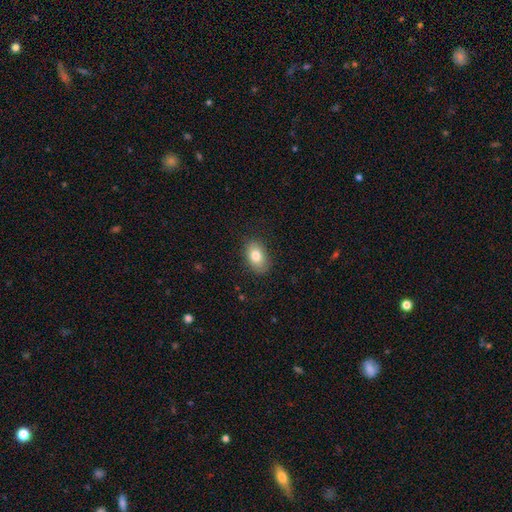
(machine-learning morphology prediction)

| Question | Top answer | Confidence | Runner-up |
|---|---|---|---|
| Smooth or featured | smooth | 81% | featured or disk (11%) |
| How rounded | in between | 87% | round (11%) |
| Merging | none | 85% | minor disturbance (12%) |